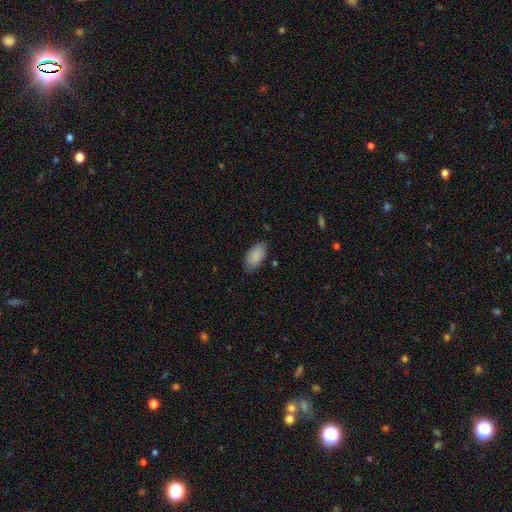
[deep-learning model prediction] Q: Smooth or featured?
A: smooth (88%); runner-up: star or artifact (6%)
Q: How rounded?
A: in between (94%); runner-up: cigar-shaped (3%)
Q: Merging?
A: none (79%); runner-up: minor disturbance (17%)